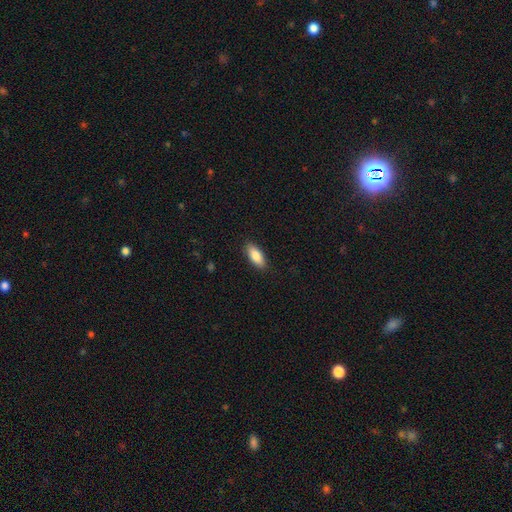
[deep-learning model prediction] Smooth or featured: smooth — 87% (featured or disk — 7%)
How rounded: in between — 82% (cigar-shaped — 15%)
Merging: none — 88% (minor disturbance — 9%)